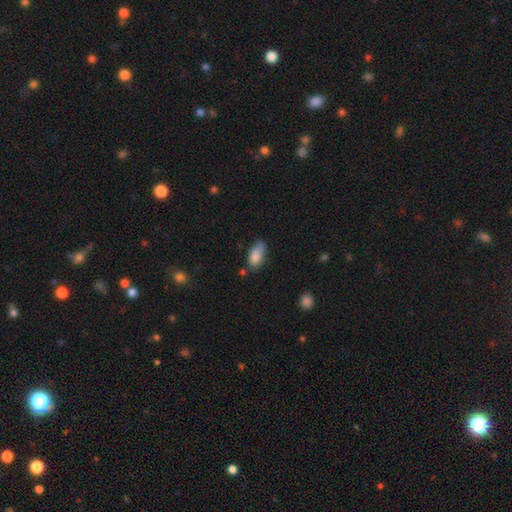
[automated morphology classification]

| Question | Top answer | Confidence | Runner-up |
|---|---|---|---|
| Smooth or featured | smooth | 84% | featured or disk (9%) |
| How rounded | in between | 87% | cigar-shaped (10%) |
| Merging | none | 54% | minor disturbance (32%) |